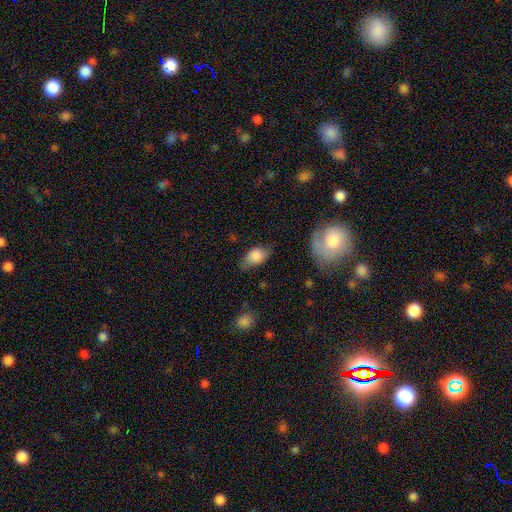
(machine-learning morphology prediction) smooth-or-featured: smooth: 79% | featured or disk: 14% | star or artifact: 8%
  how-rounded: in between: 86% | round: 11% | cigar-shaped: 3%
  merging: none: 64% | minor disturbance: 26% | major disturbance: 7% | merger: 2%